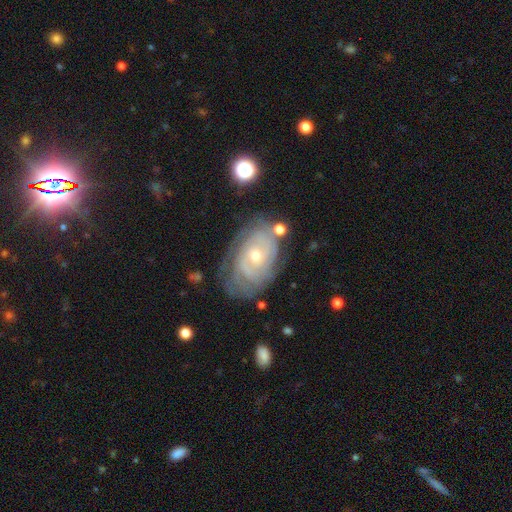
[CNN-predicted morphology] This appears to be a featured or disk galaxy (81%) with no bar (74%), tight (73%) spiral arms (91%) and a small central bulge (58%). Merging: none (66%).